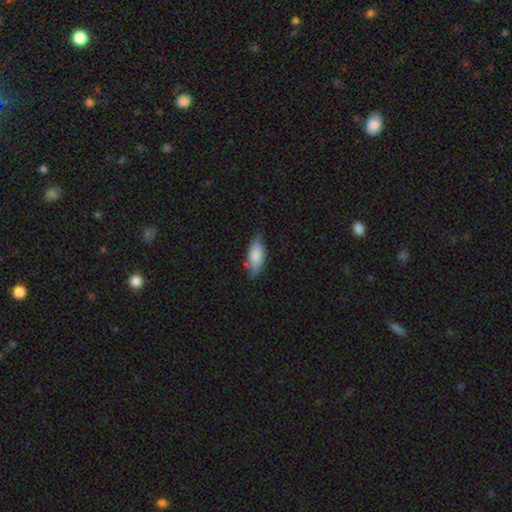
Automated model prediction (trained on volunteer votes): This appears to be a smooth galaxy with no disk features (82%) that is in between round and cigar-shaped (84%). Merging: none (73%).